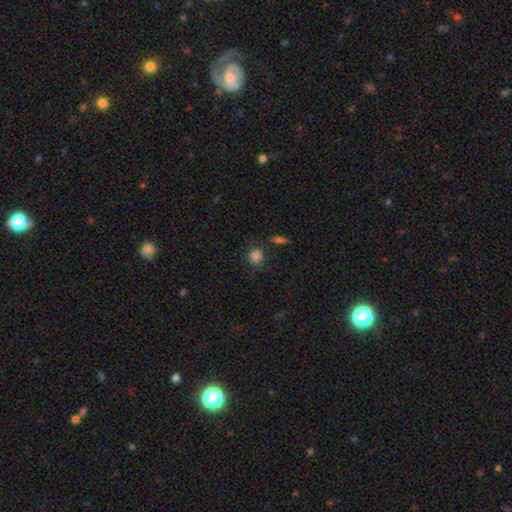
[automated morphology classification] smooth 82%, star or artifact 12%, featured or disk 6%. Down the decision tree: how rounded — round (83%); merging — none (68%).